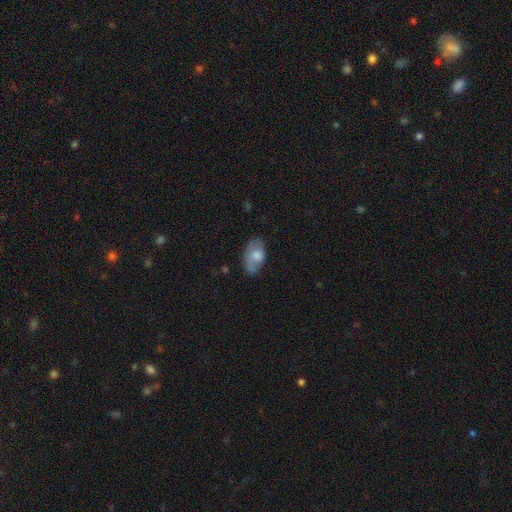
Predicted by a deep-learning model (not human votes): A smooth galaxy with no disk features (65%) that is in between round and cigar-shaped (92%).

Vote fractions:
- Smooth or featured? smooth: 65% / featured or disk: 28% / star or artifact: 7%
- How rounded? in between: 92% / round: 6% / cigar-shaped: 2%
- Merging? none: 56% / minor disturbance: 29% / major disturbance: 12% / merger: 2%